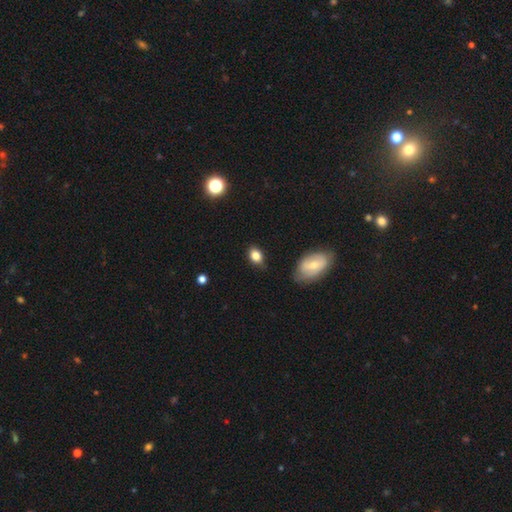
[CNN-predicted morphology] Smooth or featured? smooth (82%)
How rounded? in between (76%)
Merging? none (78%)